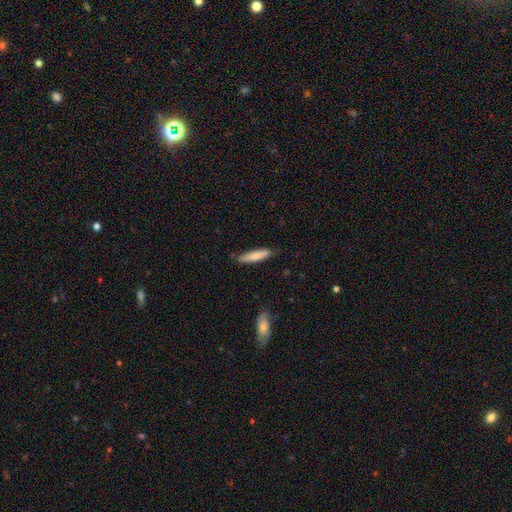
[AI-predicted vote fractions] Smooth or featured?
  - smooth: 80% *
  - featured or disk: 14%
  - star or artifact: 6%
How rounded?
  - cigar-shaped: 78% *
  - in between: 20%
  - round: 1%
Merging?
  - none: 81% *
  - minor disturbance: 15%
  - major disturbance: 2%
  - merger: 2%